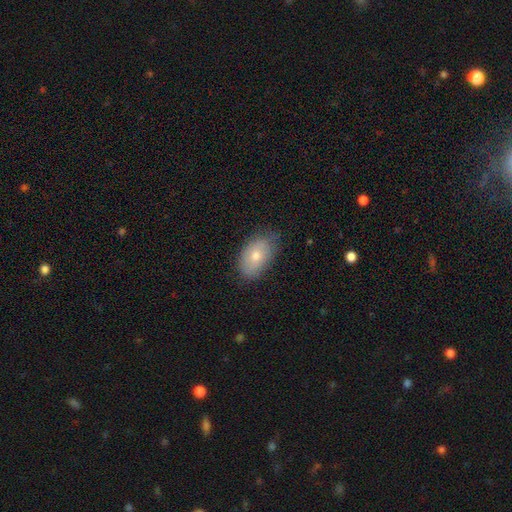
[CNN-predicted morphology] This appears to be a smooth galaxy with no disk features (68%) that is in between round and cigar-shaped (91%). Merging: none (75%).